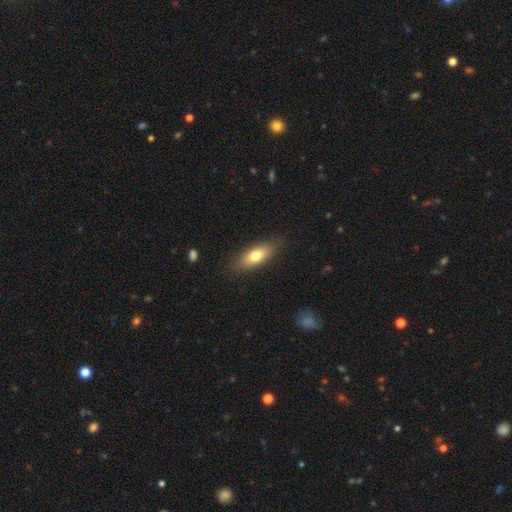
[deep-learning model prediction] This is likely a smooth galaxy (72%). How rounded: likely in between (67%). Merging: clearly none (84%).